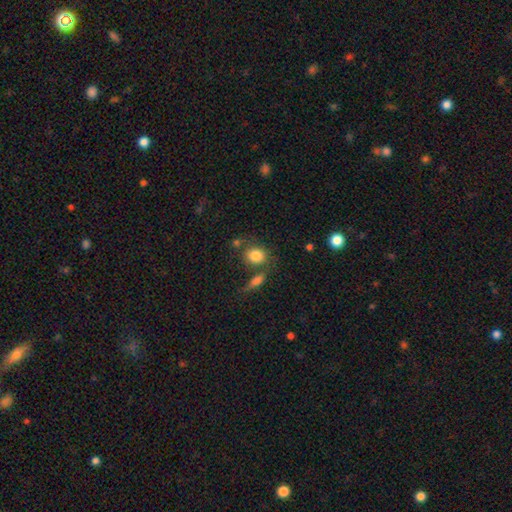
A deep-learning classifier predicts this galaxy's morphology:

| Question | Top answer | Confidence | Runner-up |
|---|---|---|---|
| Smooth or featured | smooth | 83% | featured or disk (9%) |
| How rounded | round | 62% | in between (37%) |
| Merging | none | 62% | merger (19%) |